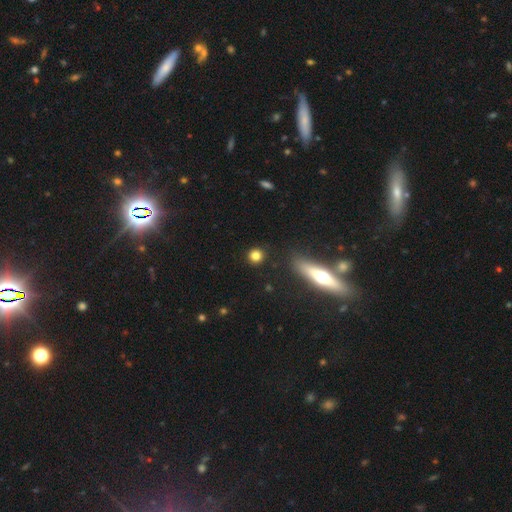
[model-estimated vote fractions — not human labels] smooth-or-featured: smooth: 83% | star or artifact: 11% | featured or disk: 6%
  how-rounded: round: 90% | in between: 8% | cigar-shaped: 2%
  merging: none: 89% | minor disturbance: 6% | major disturbance: 3% | merger: 2%